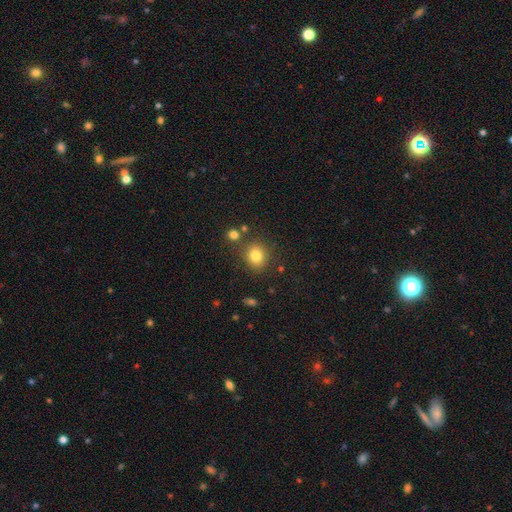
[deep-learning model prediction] This appears to be a smooth galaxy with no disk features (82%) that is round (74%). Merging: none (79%).